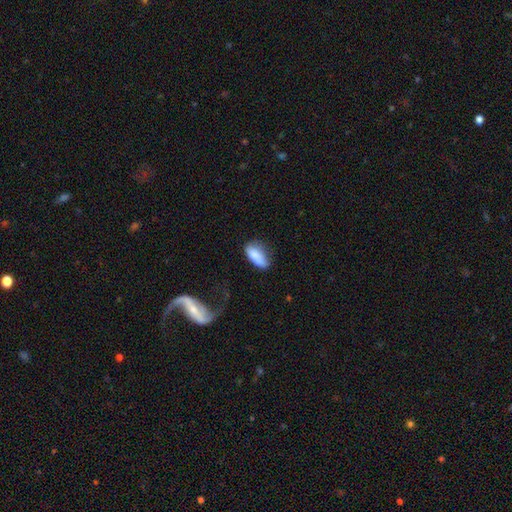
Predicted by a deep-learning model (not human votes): Smooth or featured? smooth (82%)
How rounded? in between (87%)
Merging? none (48%)